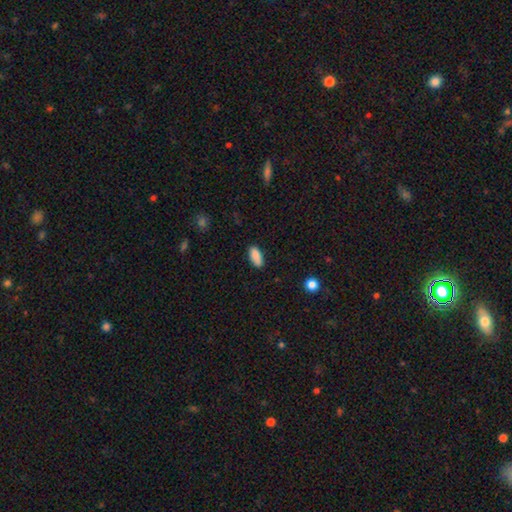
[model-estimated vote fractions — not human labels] Morphology: type=smooth (88%); roundness=in between (87%); merging=none (84%).